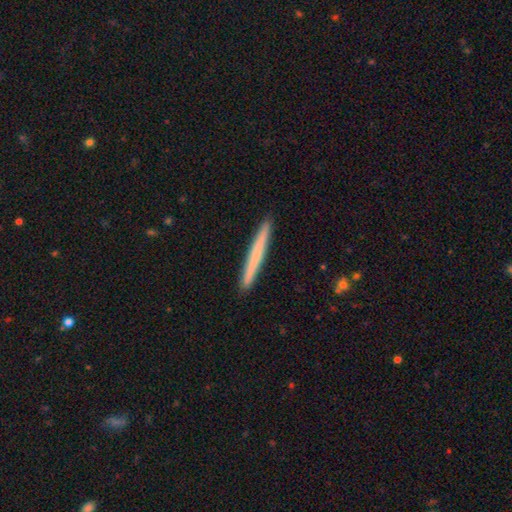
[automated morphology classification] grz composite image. It shows a smooth galaxy with no disk features (63%) that is cigar-shaped (97%). Merging: none (93%).